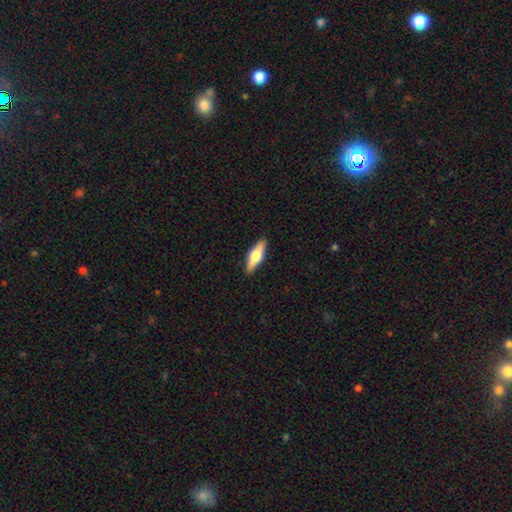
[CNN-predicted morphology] The model was most divided on "smooth or featured": featured or disk: 51%, smooth: 43%, star or artifact: 6%. More confident: edge-on disk — yes (95%); merging — none (90%).